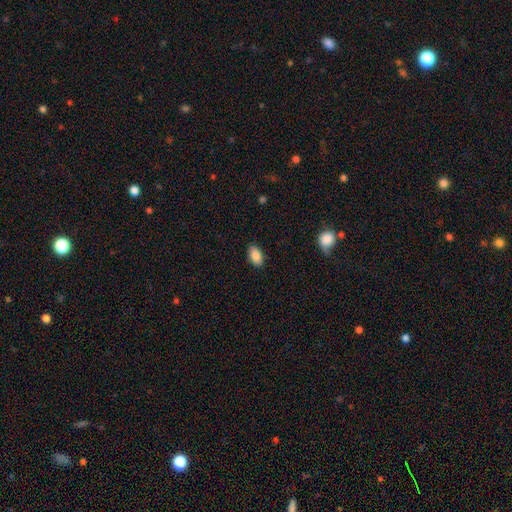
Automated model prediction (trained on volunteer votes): smooth-or-featured: smooth: 87% | star or artifact: 7% | featured or disk: 6%
  how-rounded: in between: 92% | round: 6% | cigar-shaped: 2%
  merging: none: 87% | minor disturbance: 9% | major disturbance: 2% | merger: 1%